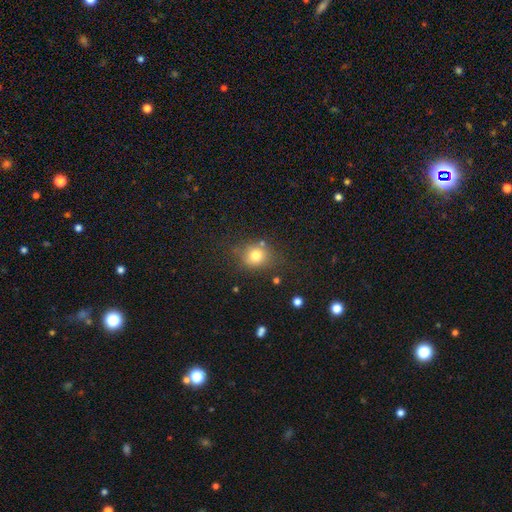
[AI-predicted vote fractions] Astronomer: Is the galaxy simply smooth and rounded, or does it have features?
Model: smooth — 75%.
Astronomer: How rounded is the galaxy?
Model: round — 72%.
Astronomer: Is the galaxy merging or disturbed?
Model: none — 73%.